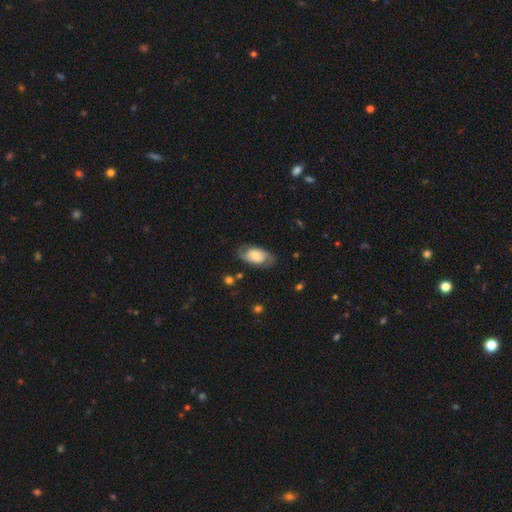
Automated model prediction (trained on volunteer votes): This appears to be a featured or disk galaxy (55%) with no bar (62%), spiral arms (79%) and a small central bulge (39%). Merging: none (73%).